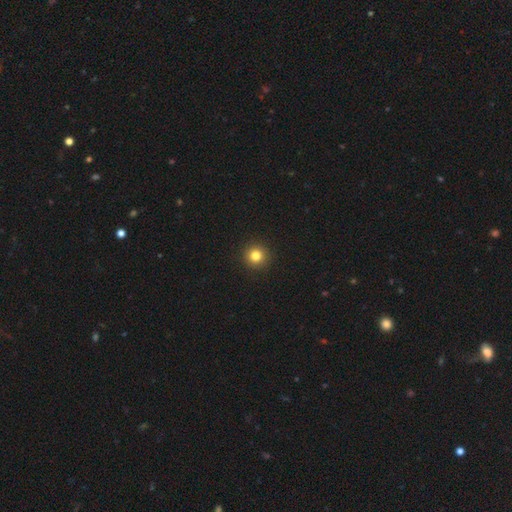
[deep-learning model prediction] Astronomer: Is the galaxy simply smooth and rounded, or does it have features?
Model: smooth — 82%.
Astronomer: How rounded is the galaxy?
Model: round — 95%.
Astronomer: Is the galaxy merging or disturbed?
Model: none — 94%.